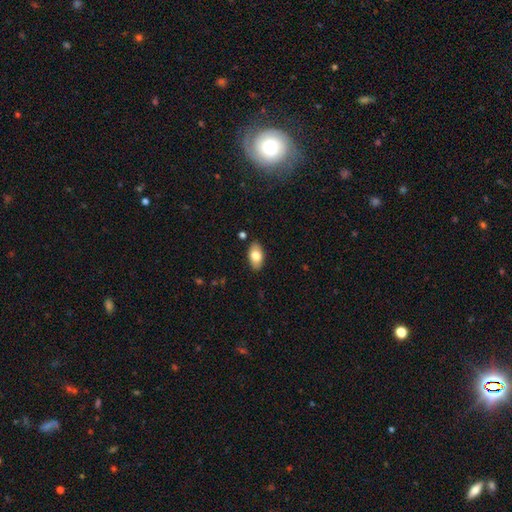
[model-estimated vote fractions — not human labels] smooth-or-featured: smooth: 78% | featured or disk: 15% | star or artifact: 7%
  how-rounded: in between: 93% | round: 4% | cigar-shaped: 3%
  merging: none: 87% | minor disturbance: 9% | major disturbance: 2% | merger: 1%